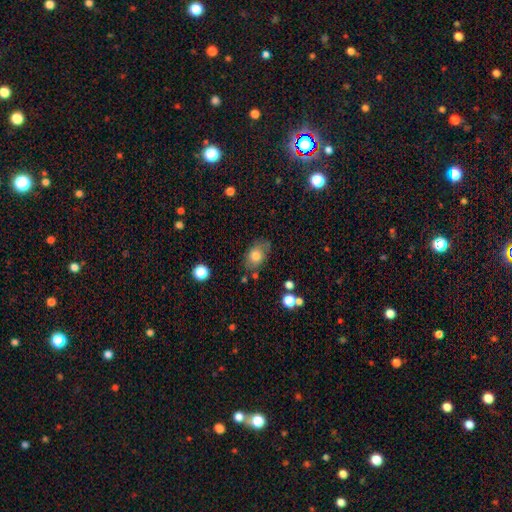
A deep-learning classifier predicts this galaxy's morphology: smooth_or_featured: smooth (p=0.77) [alt: featured or disk p=0.14]
how_rounded: in between (p=0.80) [alt: round p=0.19]
merging: none (p=0.70) [alt: minor disturbance p=0.20]